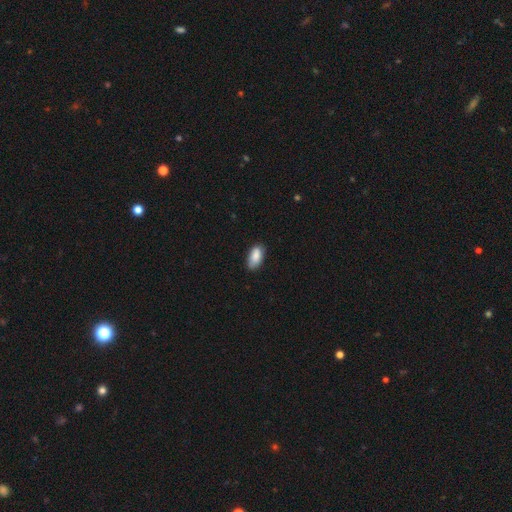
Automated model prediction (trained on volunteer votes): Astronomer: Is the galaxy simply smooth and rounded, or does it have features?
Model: smooth — 87%.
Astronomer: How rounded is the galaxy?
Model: in between — 92%.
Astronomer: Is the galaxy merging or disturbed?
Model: none — 74%.